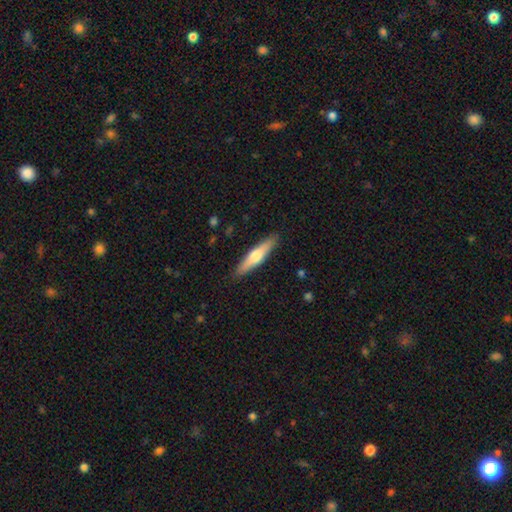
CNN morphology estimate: A smooth galaxy with no disk features (51%) that is cigar-shaped (82%).

Vote fractions:
- Smooth or featured? smooth: 51% / featured or disk: 44% / star or artifact: 5%
- How rounded? cigar-shaped: 82% / in between: 16% / round: 2%
- Merging? none: 90% / minor disturbance: 8% / major disturbance: 2% / merger: 1%